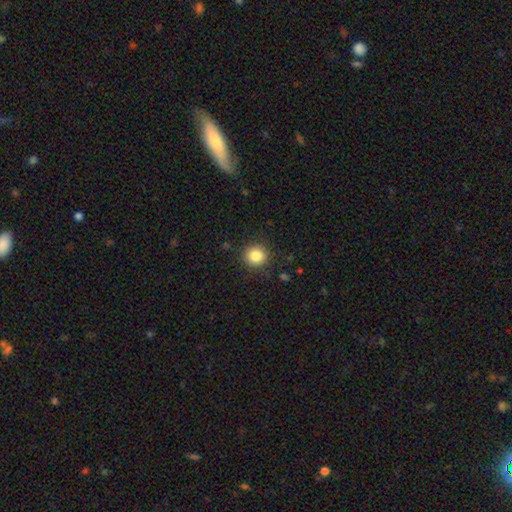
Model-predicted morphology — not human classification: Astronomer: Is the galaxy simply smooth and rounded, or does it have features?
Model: smooth — 85%.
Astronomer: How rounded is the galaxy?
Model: round — 92%.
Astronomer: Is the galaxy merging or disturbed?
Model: none — 89%.